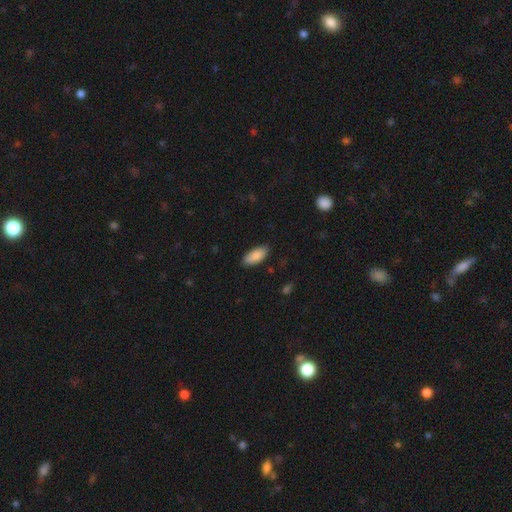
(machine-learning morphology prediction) smooth_or_featured: smooth (p=0.87) [alt: featured or disk p=0.07]
how_rounded: in between (p=0.88) [alt: cigar-shaped p=0.10]
merging: none (p=0.85) [alt: minor disturbance p=0.12]